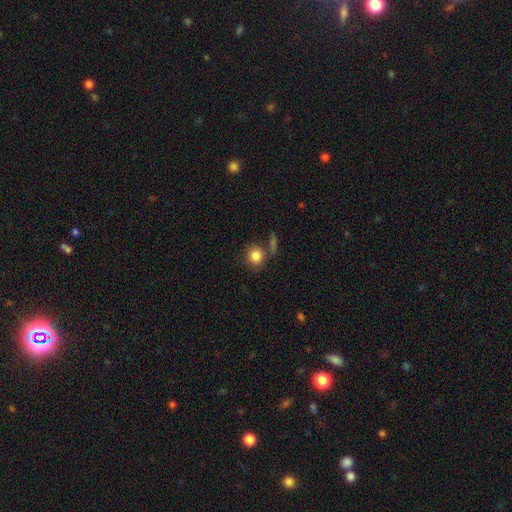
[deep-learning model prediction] Q: Smooth or featured?
A: smooth (84%); runner-up: star or artifact (9%)
Q: How rounded?
A: round (88%); runner-up: in between (11%)
Q: Merging?
A: none (67%); runner-up: merger (15%)